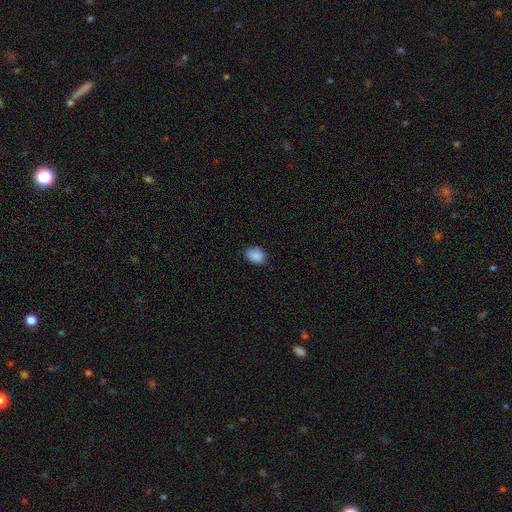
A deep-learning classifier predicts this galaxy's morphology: A smooth galaxy with no disk features (88%) that is in between round and cigar-shaped (70%).

Vote fractions:
- Smooth or featured? smooth: 88% / star or artifact: 8% / featured or disk: 4%
- How rounded? in between: 70% / round: 29% / cigar-shaped: 1%
- Merging? none: 79% / minor disturbance: 18% / major disturbance: 3% / merger: 1%